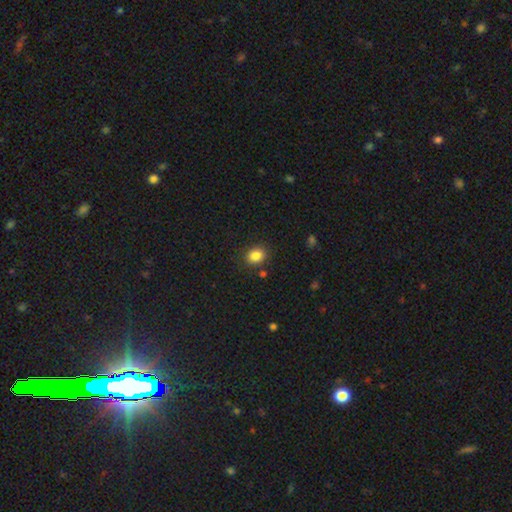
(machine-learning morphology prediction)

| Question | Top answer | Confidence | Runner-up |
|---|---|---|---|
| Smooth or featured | smooth | 85% | star or artifact (10%) |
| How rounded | in between | 54% | round (45%) |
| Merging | none | 84% | minor disturbance (10%) |